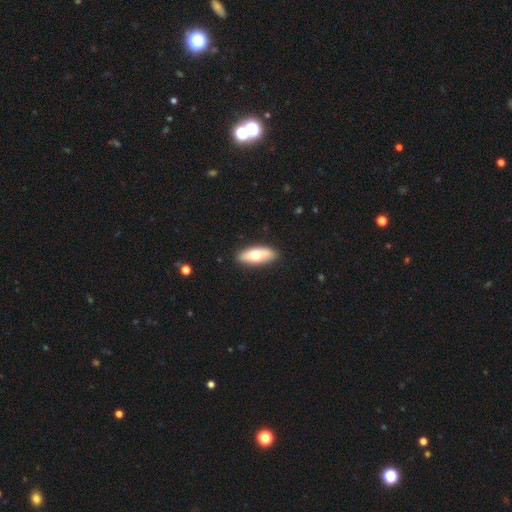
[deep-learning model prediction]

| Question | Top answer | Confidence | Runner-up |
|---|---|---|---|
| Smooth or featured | smooth | 61% | featured or disk (34%) |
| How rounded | in between | 73% | cigar-shaped (24%) |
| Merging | none | 88% | minor disturbance (9%) |